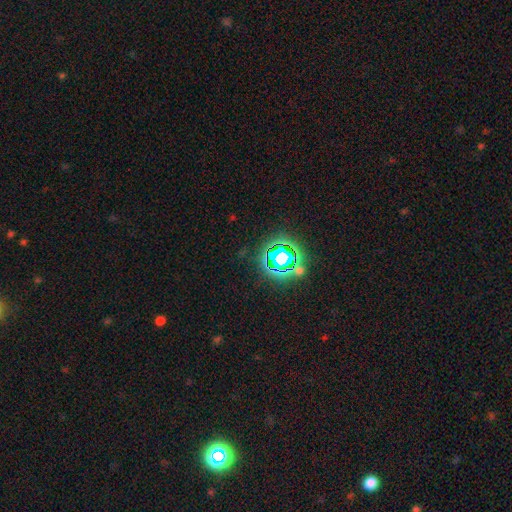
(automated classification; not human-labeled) A star or artifact, not a galaxy (79%).

Vote fractions:
- Smooth or featured? star or artifact: 79% / smooth: 14% / featured or disk: 7%